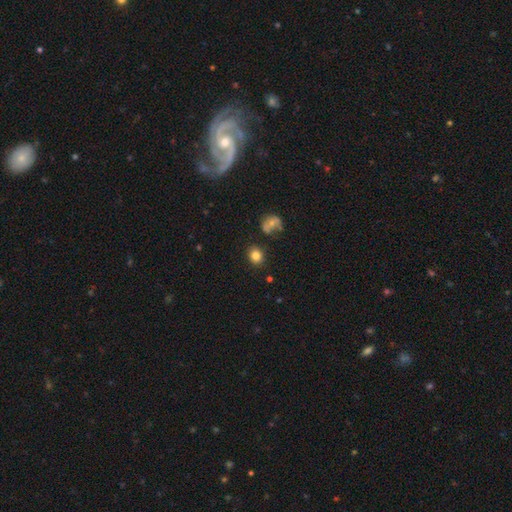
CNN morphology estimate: A smooth galaxy with no disk features (82%) that is round (68%).

Vote fractions:
- Smooth or featured? smooth: 82% / star or artifact: 12% / featured or disk: 7%
- How rounded? round: 68% / in between: 31% / cigar-shaped: 1%
- Merging? none: 83% / minor disturbance: 10% / merger: 4% / major disturbance: 3%